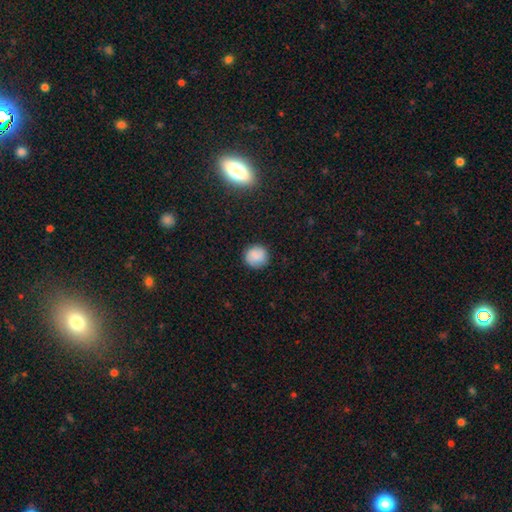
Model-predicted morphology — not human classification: Smooth or featured?
  - smooth: 79% *
  - featured or disk: 11%
  - star or artifact: 10%
How rounded?
  - round: 92% *
  - in between: 7%
  - cigar-shaped: 1%
Merging?
  - none: 87% *
  - minor disturbance: 9%
  - major disturbance: 2%
  - merger: 1%